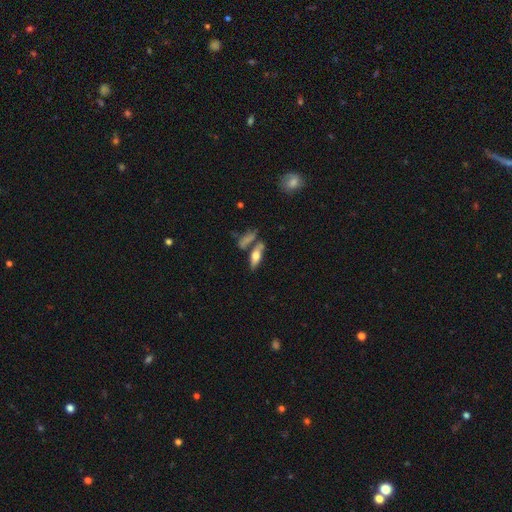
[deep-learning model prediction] smooth 57%, featured or disk 36%, star or artifact 7%. Down the decision tree: how rounded — in between (55%); merging — none (62%).